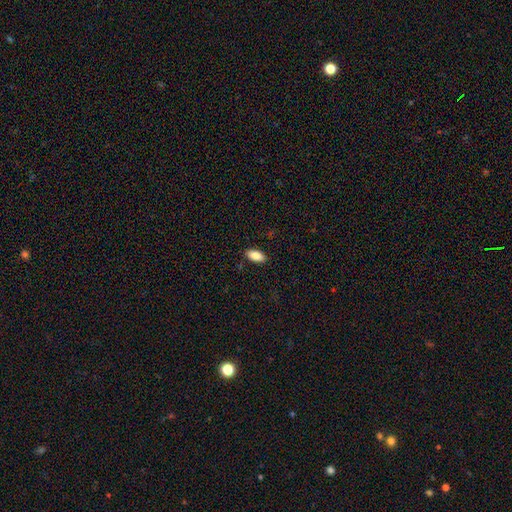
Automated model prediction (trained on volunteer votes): Smooth or featured? Predicted: smooth (p=0.86). How rounded? Predicted: in between (p=0.89). Merging? Predicted: none (p=0.88).